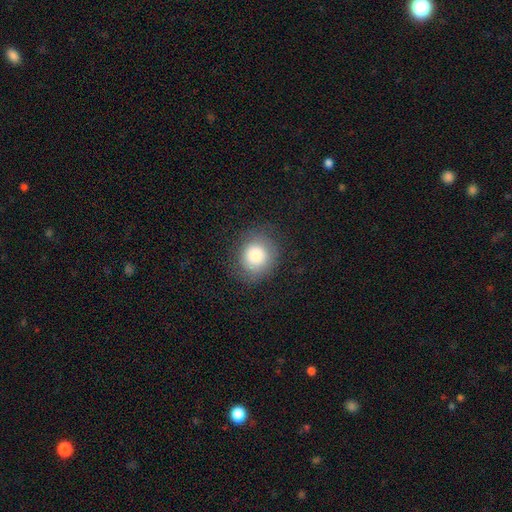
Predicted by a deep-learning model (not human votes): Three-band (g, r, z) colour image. It shows a smooth galaxy with no disk features (81%) that is round (81%). Merging: none (79%).